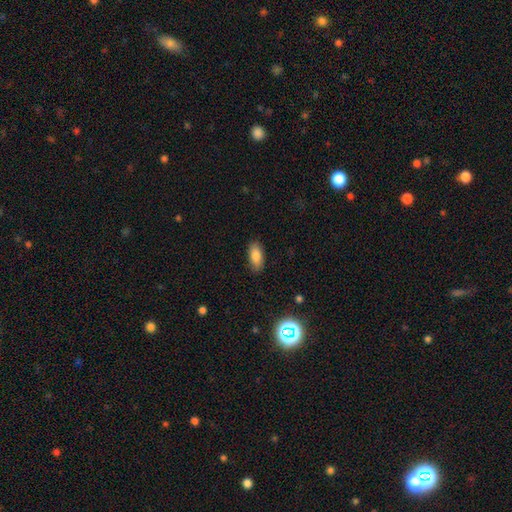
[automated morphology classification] This is clearly a smooth galaxy (83%). How rounded: clearly in between (86%). Merging: clearly none (87%).